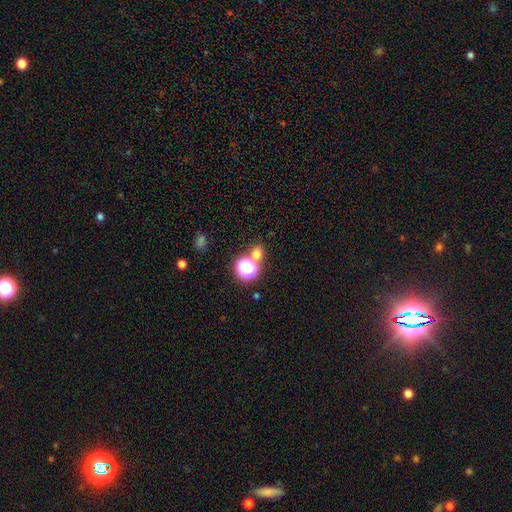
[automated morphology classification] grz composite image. It shows a smooth galaxy with no disk features (47%). Merging: none (69%).